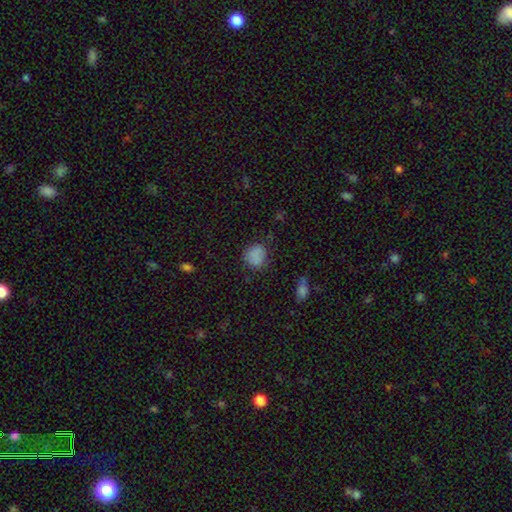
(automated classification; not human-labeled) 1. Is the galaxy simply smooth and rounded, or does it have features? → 82% smooth, 12% star or artifact, 6% featured or disk.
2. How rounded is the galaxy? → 75% round, 24% in between, 1% cigar-shaped.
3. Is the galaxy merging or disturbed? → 76% none, 18% minor disturbance, 5% major disturbance, 2% merger.